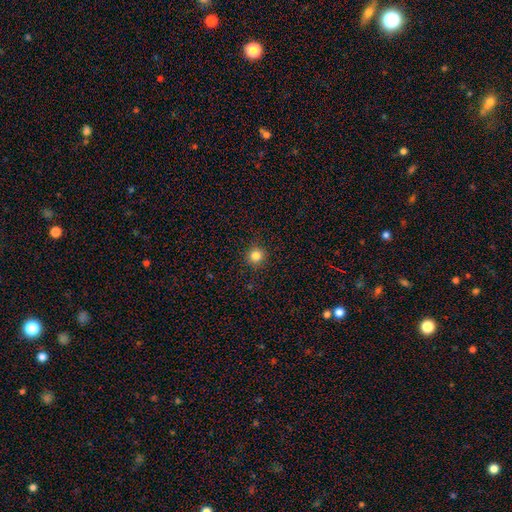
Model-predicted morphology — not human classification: Smooth or featured: smooth — 83% (star or artifact — 13%)
How rounded: round — 95% (in between — 4%)
Merging: none — 92% (minor disturbance — 5%)